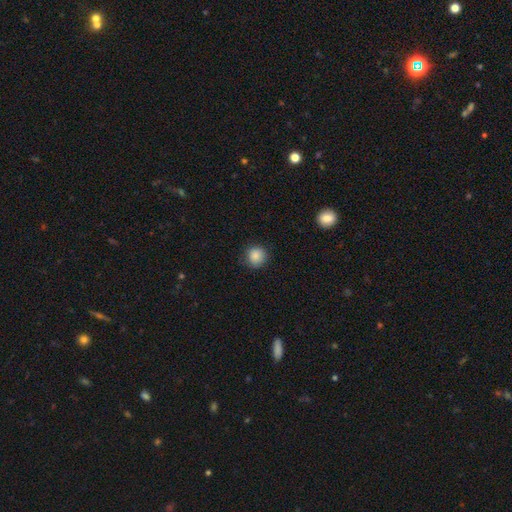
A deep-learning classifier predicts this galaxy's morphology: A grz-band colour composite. It shows a smooth galaxy with no disk features (87%) that is round (90%). Merging: none (85%).